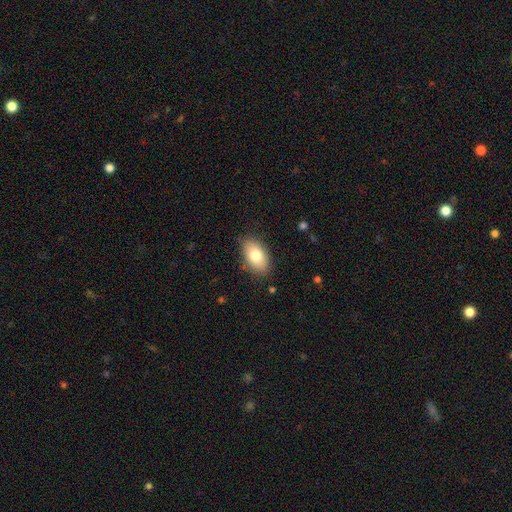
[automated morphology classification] smooth 78%, featured or disk 15%, star or artifact 7%. Down the decision tree: how rounded — in between (92%); merging — none (84%).